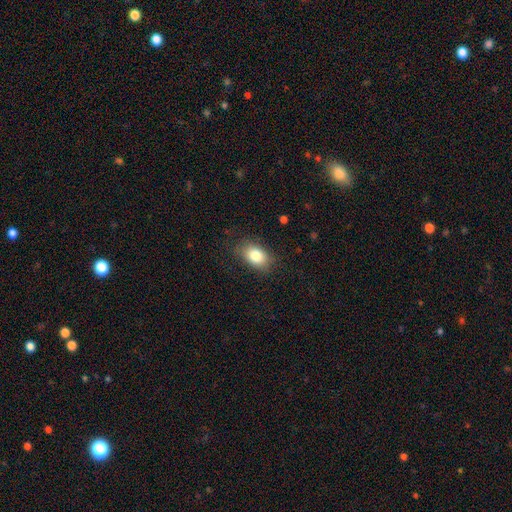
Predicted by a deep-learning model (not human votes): Smooth or featured? Predicted: smooth (p=0.83). How rounded? Predicted: in between (p=0.83). Merging? Predicted: none (p=0.80).